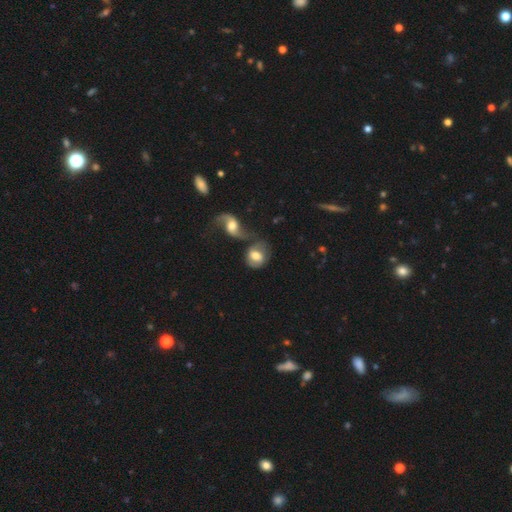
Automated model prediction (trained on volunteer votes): Smooth or featured? Predicted: smooth (p=0.54). How rounded? Predicted: round (p=0.53). Merging? Predicted: none (p=0.37).